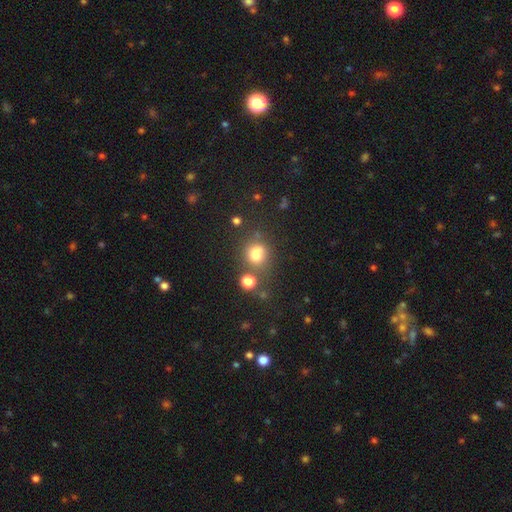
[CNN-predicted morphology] The model was most divided on "merging": none: 49%, merger: 30%, minor disturbance: 14%, major disturbance: 7%. More confident: smooth or featured — smooth (72%); how rounded — round (70%).